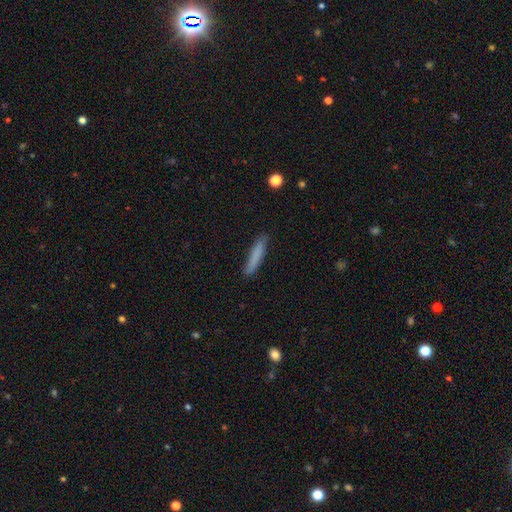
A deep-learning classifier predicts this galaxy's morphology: type=smooth (78%); roundness=cigar-shaped (92%); merging=none (86%).